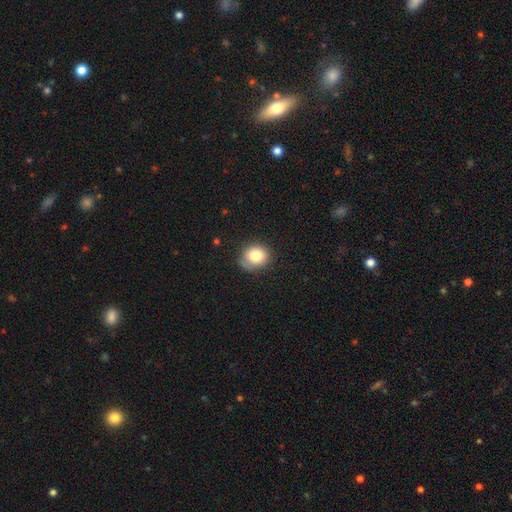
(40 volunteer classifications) A smooth galaxy with no disk features (75%) that is round (77%).

Vote fractions:
- Smooth or featured? smooth: 75% / featured or disk: 12% / star or artifact: 12%
- How rounded? round: 77% / in between: 23% / cigar-shaped: 0%
- Merging? none: 54% / minor disturbance: 29% / major disturbance: 14% / merger: 3%